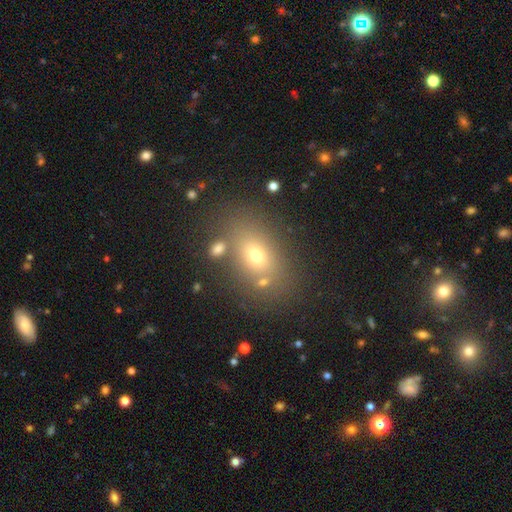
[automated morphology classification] Smooth or featured? Predicted: smooth (p=0.70). How rounded? Predicted: in between (p=0.79). Merging? Predicted: none (p=0.73).